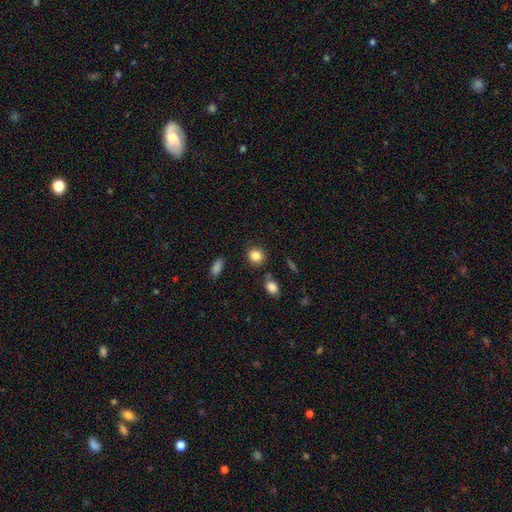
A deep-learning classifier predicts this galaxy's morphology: This is clearly a smooth galaxy (85%). How rounded: clearly round (80%). Merging: clearly none (83%).